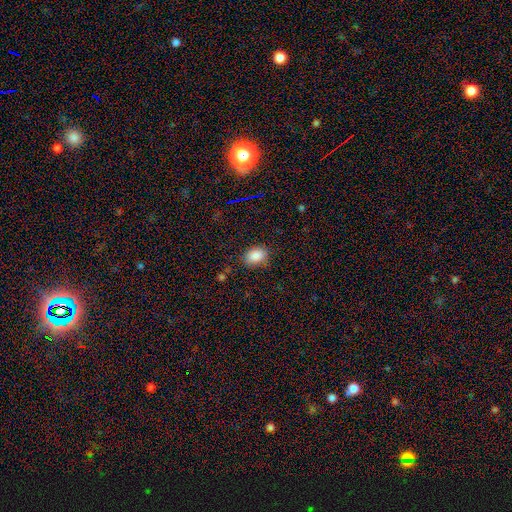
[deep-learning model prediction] Overall: smooth (87%). How rounded: in between (77%). Merging: none (81%).